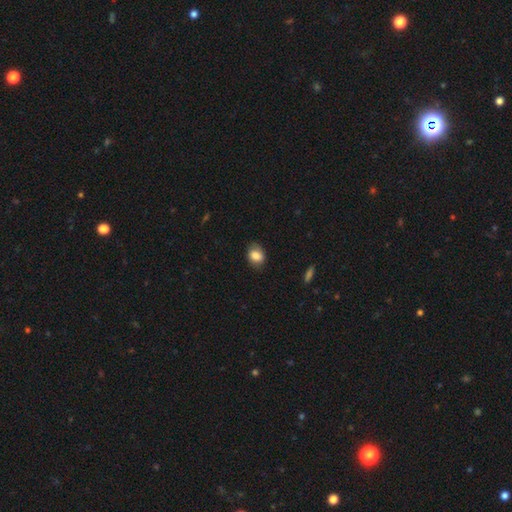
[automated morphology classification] Smooth or featured? smooth (78%)
How rounded? in between (70%)
Merging? none (75%)